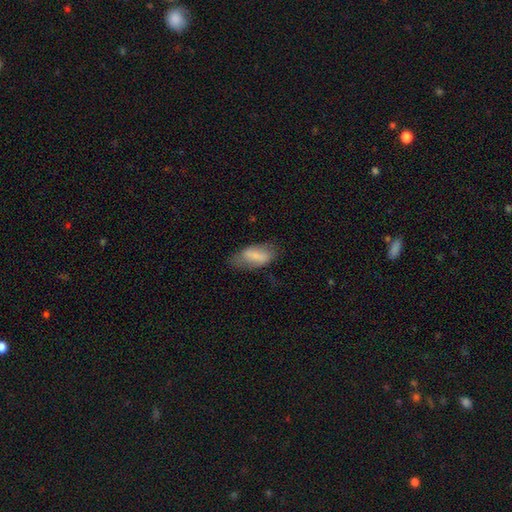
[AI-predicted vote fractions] This is likely a smooth galaxy (72%). How rounded: clearly in between (87%). Merging: possibly none (56%).